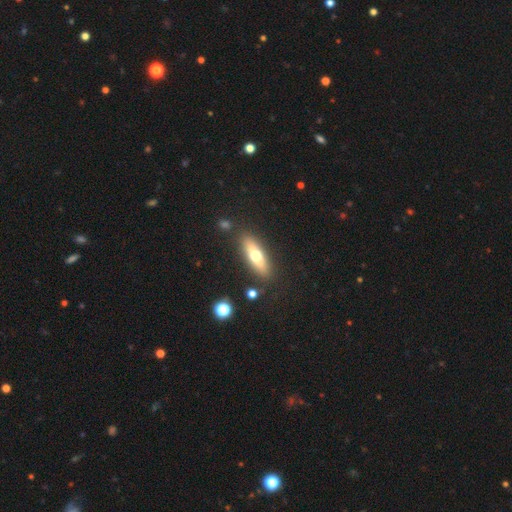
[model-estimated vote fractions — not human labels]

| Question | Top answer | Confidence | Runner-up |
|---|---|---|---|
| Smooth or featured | smooth | 59% | featured or disk (35%) |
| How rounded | cigar-shaped | 51% | in between (46%) |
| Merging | none | 84% | minor disturbance (10%) |